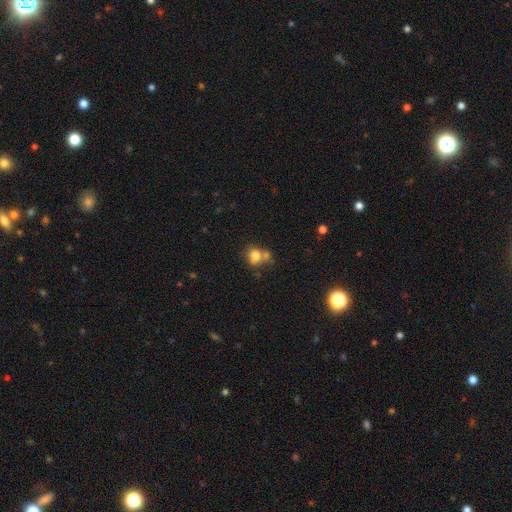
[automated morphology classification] smooth_or_featured: smooth (p=0.76) [alt: featured or disk p=0.12]
how_rounded: round (p=0.59) [alt: in between p=0.40]
merging: none (p=0.42) [alt: merger p=0.38]